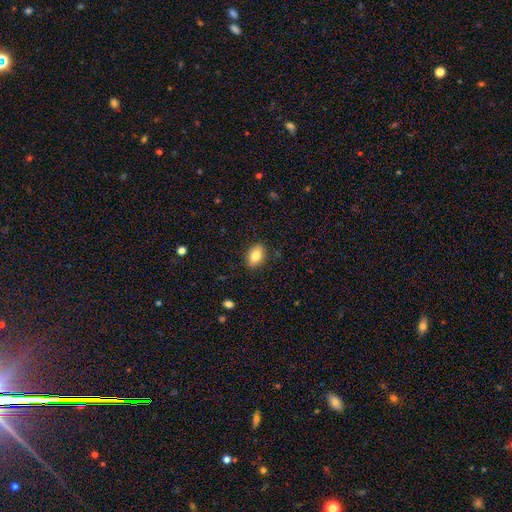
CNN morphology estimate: Smooth or featured? smooth (82%)
How rounded? in between (84%)
Merging? none (87%)